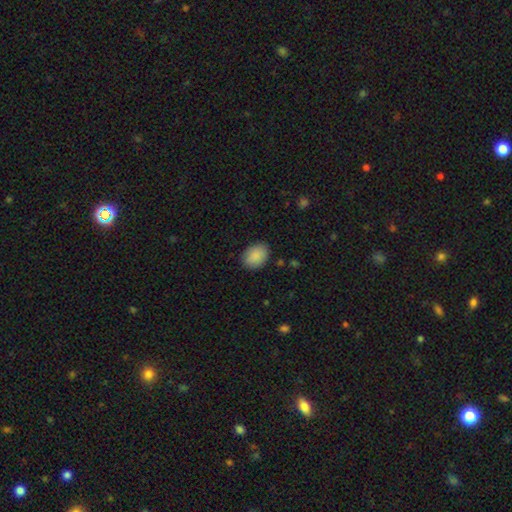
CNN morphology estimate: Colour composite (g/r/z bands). It shows a smooth galaxy with no disk features (90%) that is in between round and cigar-shaped (74%). Merging: none (86%).